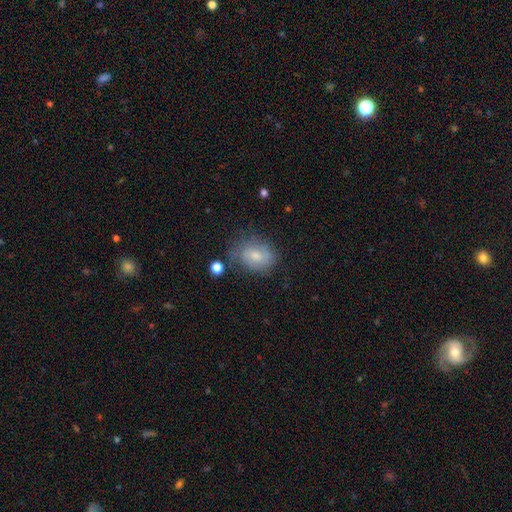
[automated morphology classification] A smooth galaxy with no disk features (64%) that is in between round and cigar-shaped (65%). Merging: none (61%).